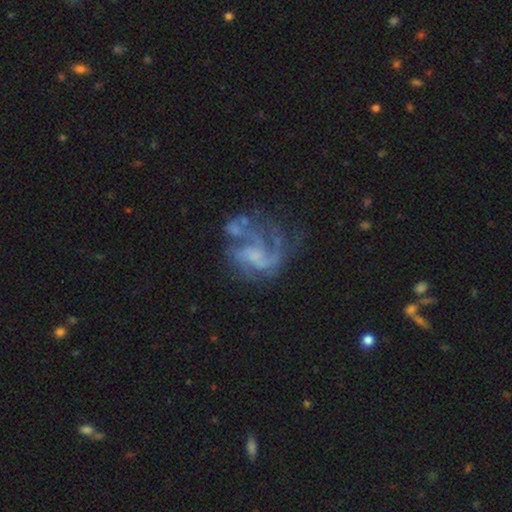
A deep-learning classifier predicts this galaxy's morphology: Smooth or featured? featured or disk (83%)
Edge-on disk? no (98%)
Bar? no (59%)
Spiral arms? yes (90%)
Spiral winding? medium (47%)
Spiral arm count? 3 (34%)
Bulge size? none (47%)
Merging? none (43%)